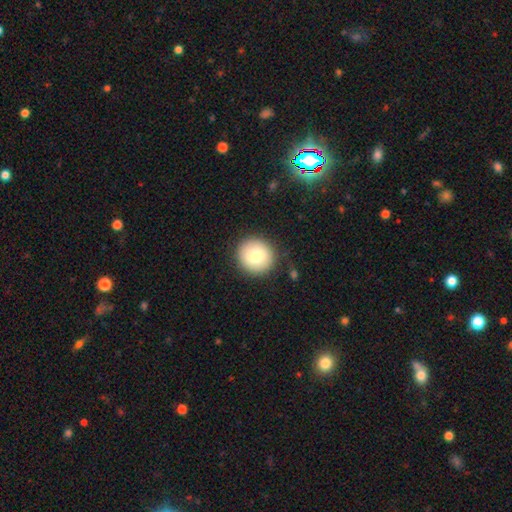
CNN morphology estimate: Smooth or featured? smooth (78%)
How rounded? round (92%)
Merging? none (88%)